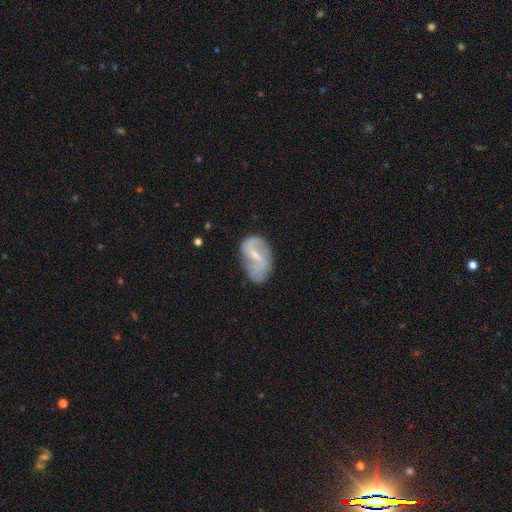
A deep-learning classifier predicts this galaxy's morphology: This is likely a featured or disk galaxy (71%). It is clearly not viewed edge-on (96%). Bar: possibly weak (50%). Spiral arm pattern: clearly yes (82%). Spiral arm count: likely 2 (77%). Spiral winding: possibly loose (55%). Central bulge: possibly small (58%). Merging: possibly none (55%).